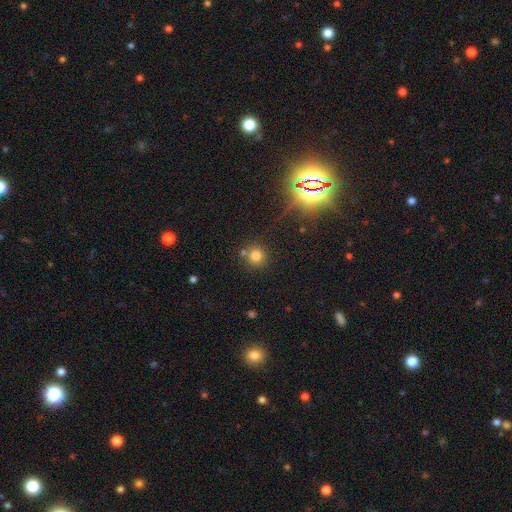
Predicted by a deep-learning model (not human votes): smooth-or-featured: smooth: 74% | star or artifact: 18% | featured or disk: 8%
  how-rounded: round: 92% | in between: 7% | cigar-shaped: 1%
  merging: none: 73% | merger: 14% | minor disturbance: 9% | major disturbance: 3%